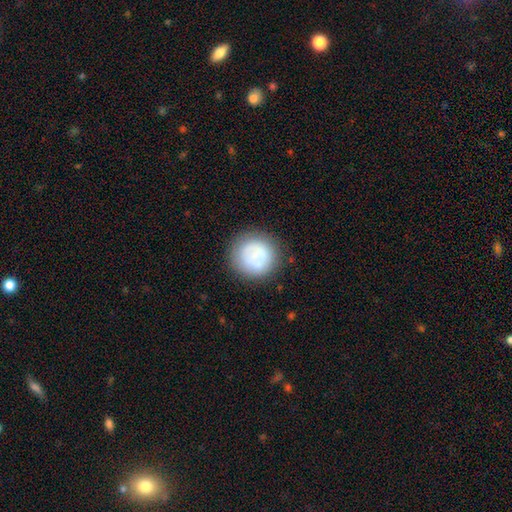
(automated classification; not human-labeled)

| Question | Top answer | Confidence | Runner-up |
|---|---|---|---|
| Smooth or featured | smooth | 69% | featured or disk (22%) |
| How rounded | round | 94% | in between (5%) |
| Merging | none | 80% | minor disturbance (12%) |